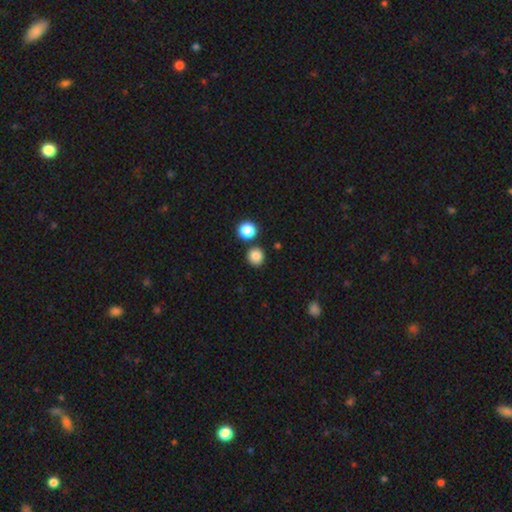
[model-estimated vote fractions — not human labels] Smooth or featured? smooth (84%)
How rounded? round (91%)
Merging? none (84%)